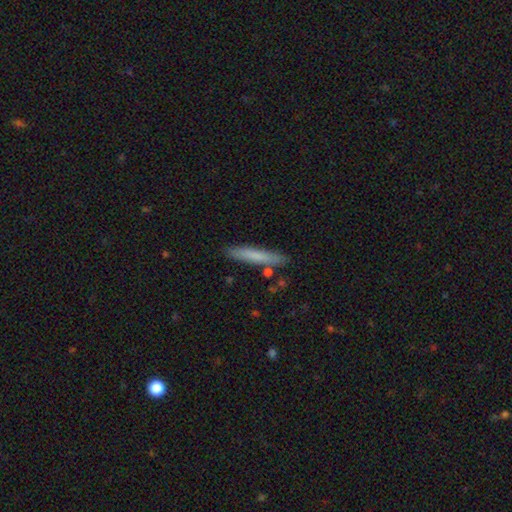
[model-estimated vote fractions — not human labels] Smooth or featured?
  - smooth: 73% *
  - featured or disk: 21%
  - star or artifact: 6%
How rounded?
  - cigar-shaped: 94% *
  - in between: 5%
  - round: 1%
Merging?
  - none: 86% *
  - minor disturbance: 9%
  - merger: 3%
  - major disturbance: 2%